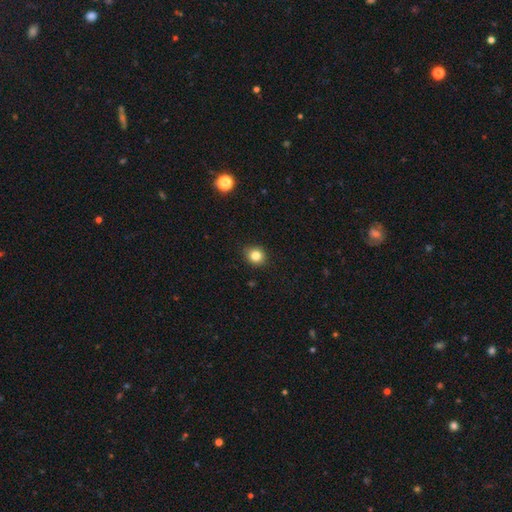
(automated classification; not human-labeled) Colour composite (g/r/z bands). It shows a smooth galaxy with no disk features (82%) that is round (79%). Merging: none (89%).